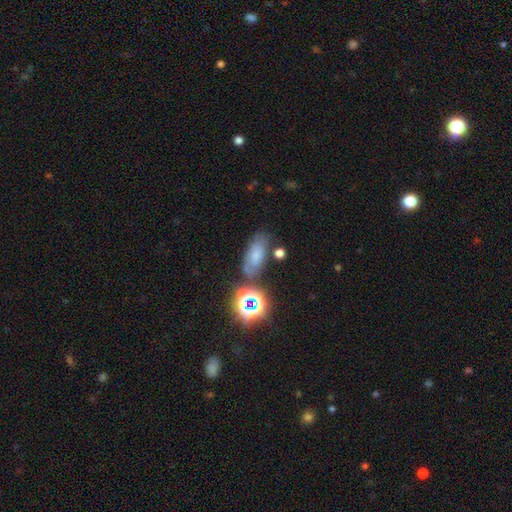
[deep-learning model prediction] Morphology: type=smooth (50%); roundness=in between (81%); merging=none (64%).